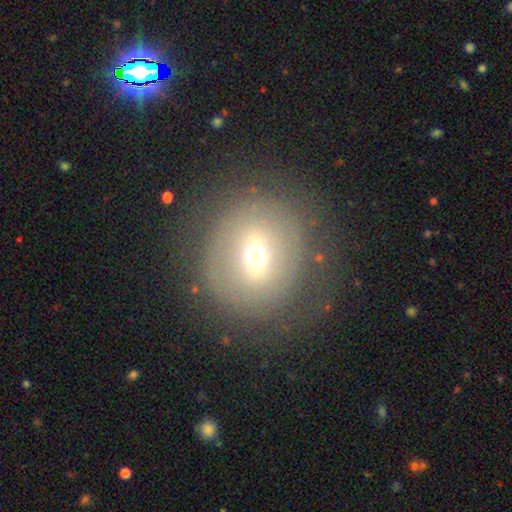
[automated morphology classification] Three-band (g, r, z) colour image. It shows a smooth galaxy with no disk features (44%, tied with featured or disk). Merging: none (75%).